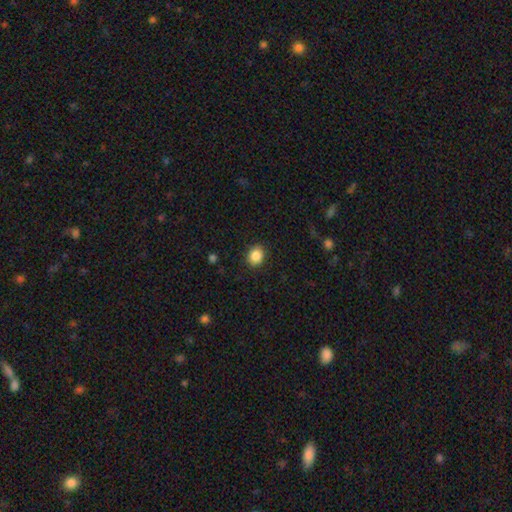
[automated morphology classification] This appears to be a smooth galaxy with no disk features (86%) that is round (59%). Merging: none (90%).